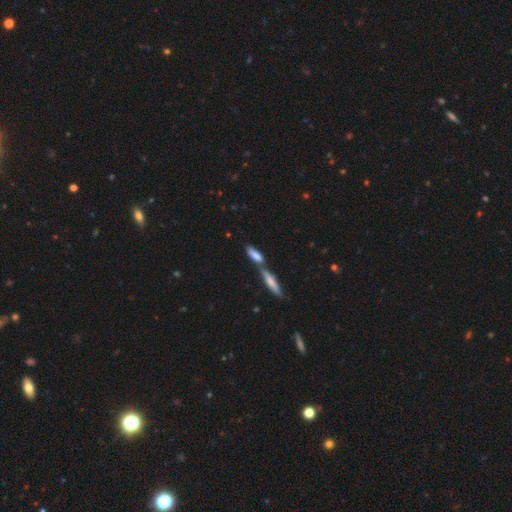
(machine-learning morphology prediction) A smooth galaxy with no disk features (71%) that is in between round and cigar-shaped (49%, tied with cigar-shaped).

Vote fractions:
- Smooth or featured? smooth: 71% / featured or disk: 21% / star or artifact: 8%
- How rounded? in between: 49% (tied) / cigar-shaped: 49% (tied) / round: 2%
- Merging? merger: 51% / none: 37% / minor disturbance: 9% / major disturbance: 3%